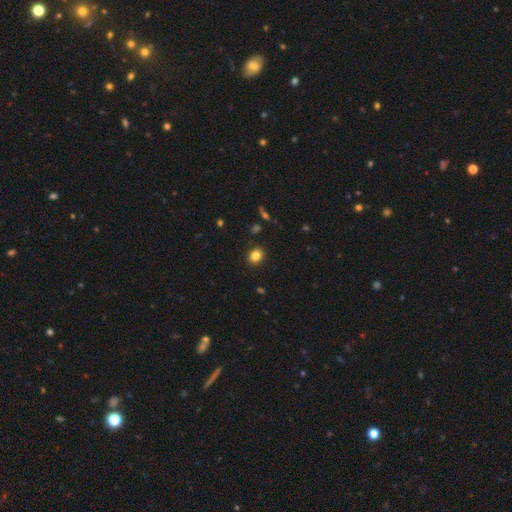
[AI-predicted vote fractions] A smooth galaxy with no disk features (84%) that is round (61%).

Vote fractions:
- Smooth or featured? smooth: 84% / star or artifact: 11% / featured or disk: 6%
- How rounded? round: 61% / in between: 38% / cigar-shaped: 1%
- Merging? none: 90% / minor disturbance: 7% / major disturbance: 2% / merger: 1%